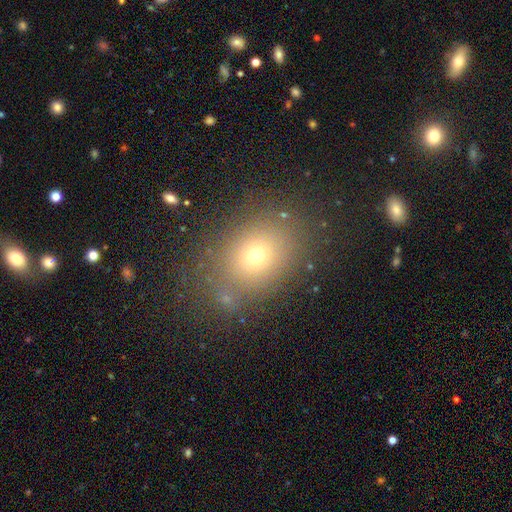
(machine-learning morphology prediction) A smooth galaxy with no disk features (68%) that is in between round and cigar-shaped (61%). Merging: none (75%).